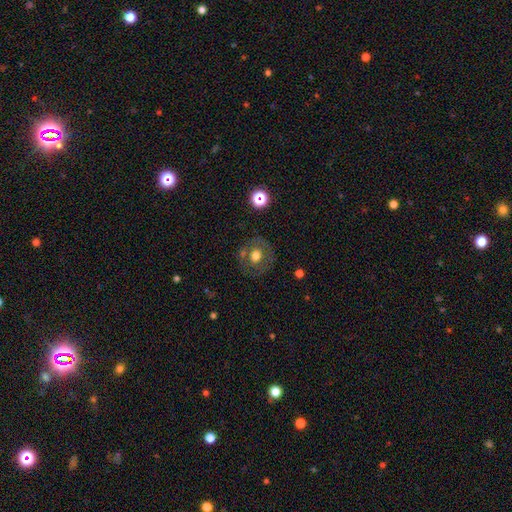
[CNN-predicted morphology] Overall: smooth (57%; featured or disk 32%). How rounded: round (84%). Merging: none (76%).